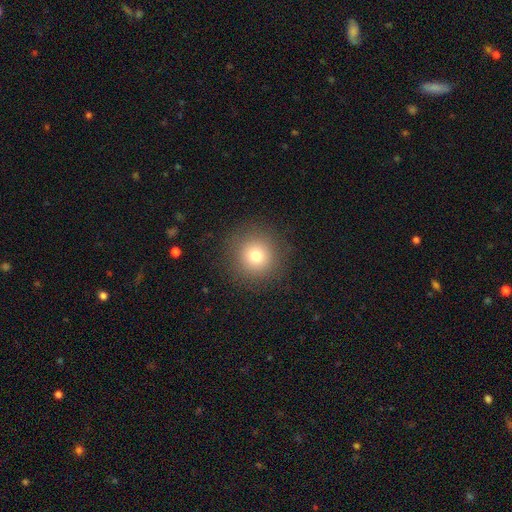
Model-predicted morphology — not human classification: smooth_or_featured: smooth (p=0.76) [alt: star or artifact p=0.14]
how_rounded: round (p=0.95) [alt: in between p=0.04]
merging: none (p=0.89) [alt: minor disturbance p=0.06]